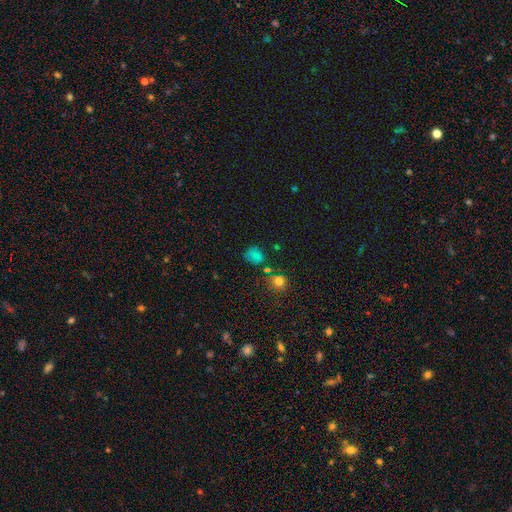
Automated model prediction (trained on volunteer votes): Smooth or featured? smooth (70%)
How rounded? round (57%)
Merging? none (66%)